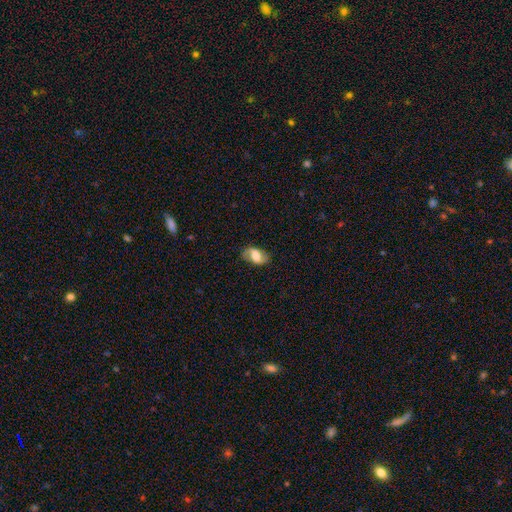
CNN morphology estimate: Q: Smooth or featured?
A: featured or disk (49%); runner-up: smooth (43%)
Q: Merging?
A: none (75%); runner-up: minor disturbance (17%)